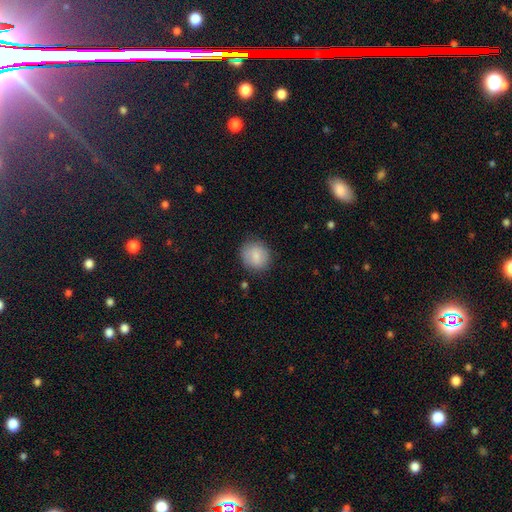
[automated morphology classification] Smooth or featured?
  - smooth: 83% *
  - featured or disk: 10%
  - star or artifact: 7%
How rounded?
  - round: 77% *
  - in between: 22%
  - cigar-shaped: 1%
Merging?
  - none: 82% *
  - minor disturbance: 13%
  - major disturbance: 4%
  - merger: 1%